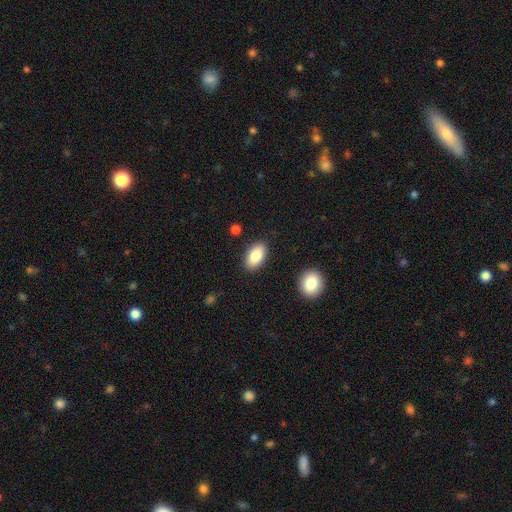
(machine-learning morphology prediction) This appears to be a smooth galaxy with no disk features (85%) that is in between round and cigar-shaped (93%). Merging: none (87%).